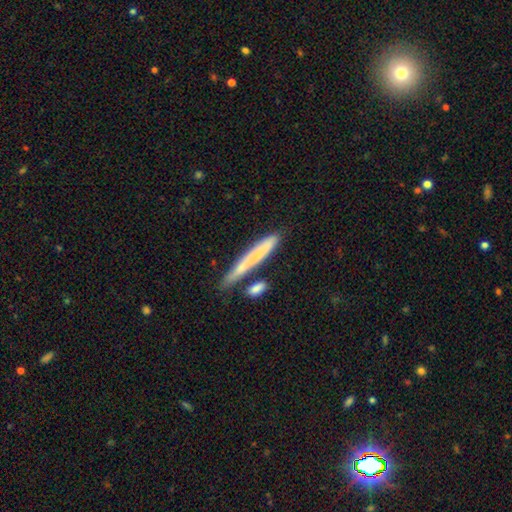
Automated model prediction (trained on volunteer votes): Overall: smooth (65%; featured or disk 28%). How rounded: cigar-shaped (94%). Merging: none (70%).